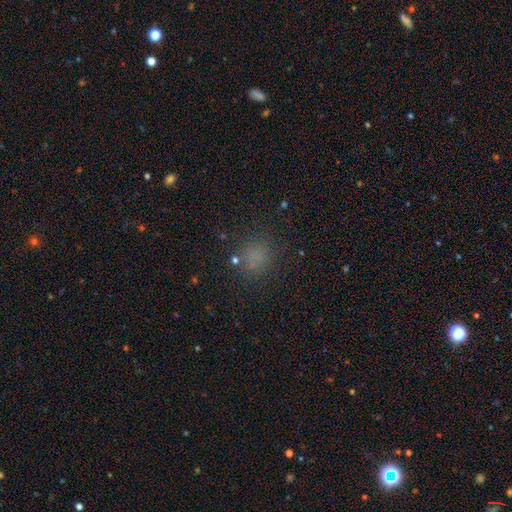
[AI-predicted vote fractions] This appears to be a smooth galaxy with no disk features (72%) that is round (75%). Merging: none (81%).